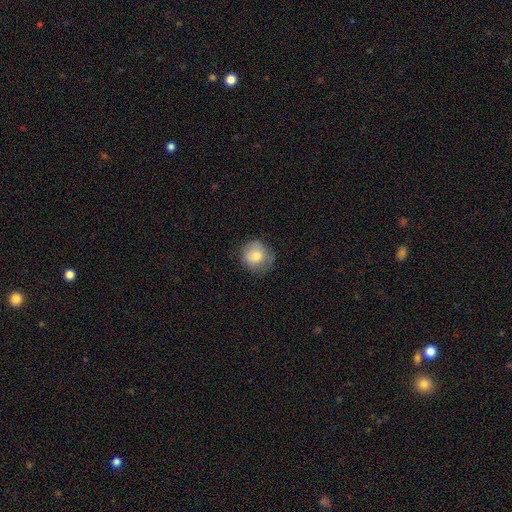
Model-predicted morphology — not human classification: Smooth or featured?
  - smooth: 78% *
  - featured or disk: 14%
  - star or artifact: 8%
How rounded?
  - round: 86% *
  - in between: 14%
  - cigar-shaped: 1%
Merging?
  - none: 73% *
  - minor disturbance: 20%
  - major disturbance: 6%
  - merger: 1%